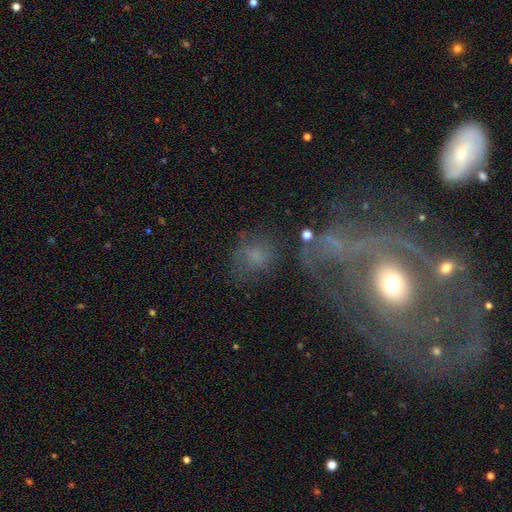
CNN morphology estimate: A smooth galaxy with no disk features (45%). Merging: none (57%).